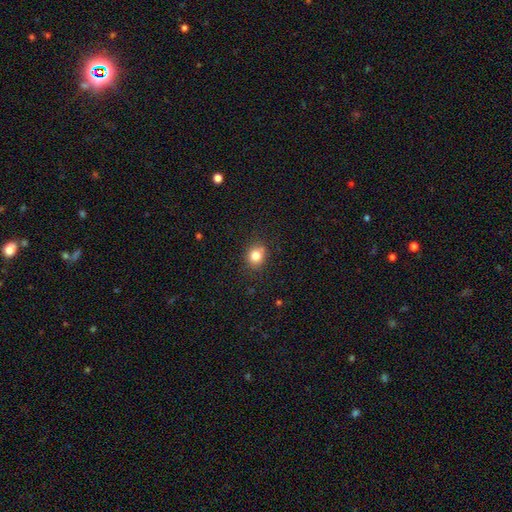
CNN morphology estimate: This appears to be a smooth galaxy with no disk features (82%) that is round (69%). Merging: none (79%).